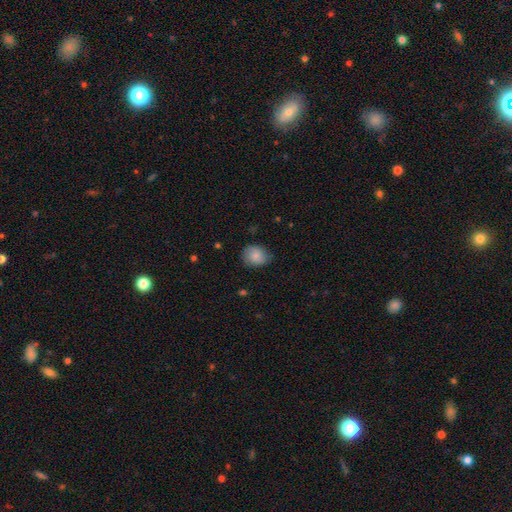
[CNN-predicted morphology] smooth-or-featured: smooth: 82% | featured or disk: 11% | star or artifact: 7%
  how-rounded: round: 60% | in between: 39% | cigar-shaped: 1%
  merging: none: 70% | minor disturbance: 24% | major disturbance: 4% | merger: 1%